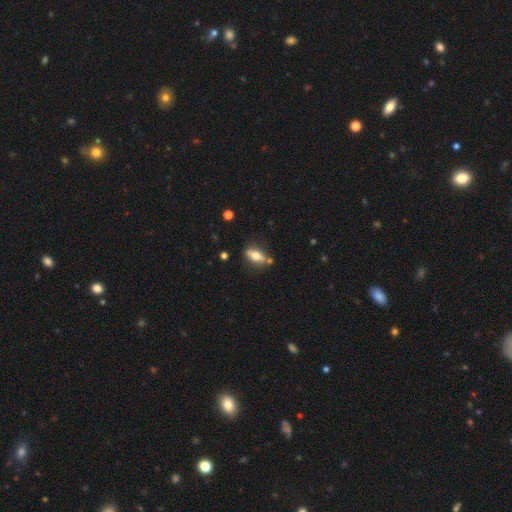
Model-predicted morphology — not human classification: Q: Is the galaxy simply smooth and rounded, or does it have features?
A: smooth — 62%.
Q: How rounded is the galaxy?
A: in between — 71%.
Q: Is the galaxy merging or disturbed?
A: none — 70%.